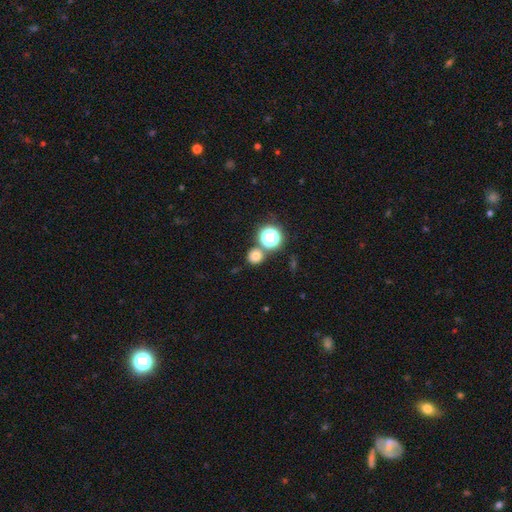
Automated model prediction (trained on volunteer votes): This is likely a smooth galaxy (74%). How rounded: clearly round (88%). Merging: likely none (75%).